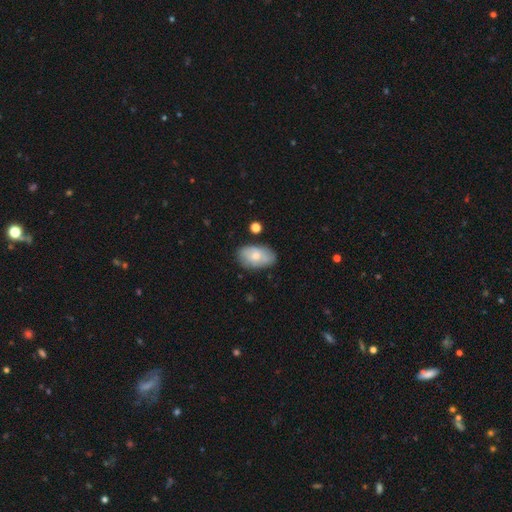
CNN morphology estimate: Smooth or featured: smooth — 69% (featured or disk — 24%)
How rounded: in between — 92% (round — 7%)
Merging: none — 74% (minor disturbance — 19%)